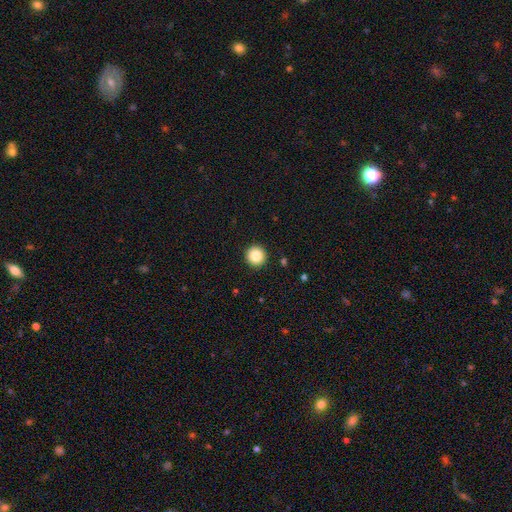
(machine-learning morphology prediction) type=smooth (84%); roundness=round (96%); merging=none (93%).